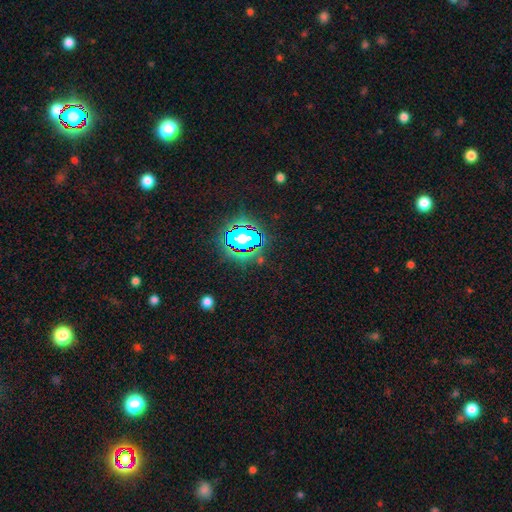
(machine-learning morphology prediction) Smooth or featured?
  - star or artifact: 79% *
  - smooth: 13%
  - featured or disk: 8%